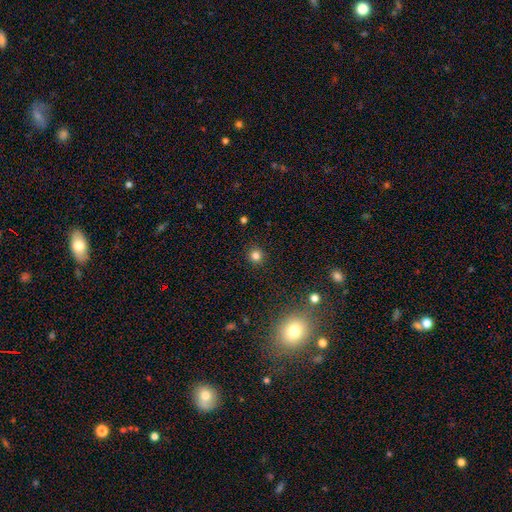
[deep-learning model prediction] Overall: smooth (80%). How rounded: round (94%). Merging: none (91%).